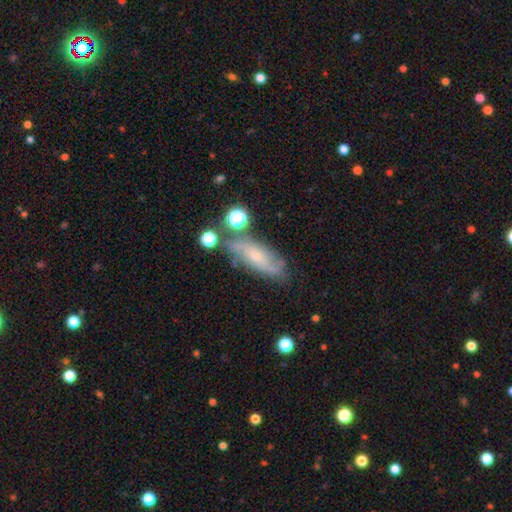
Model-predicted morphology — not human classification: Smooth or featured: featured or disk — 58% (smooth — 31%)
Edge-on disk: no — 81% (yes — 19%)
Merging: none — 60% (minor disturbance — 22%)